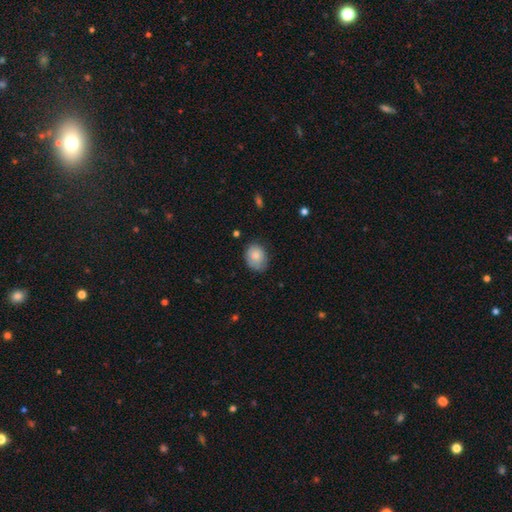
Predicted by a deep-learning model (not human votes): The model was most divided on "how rounded": in between: 54%, round: 46%, cigar-shaped: 1%. More confident: smooth or featured — smooth (80%); merging — none (68%).